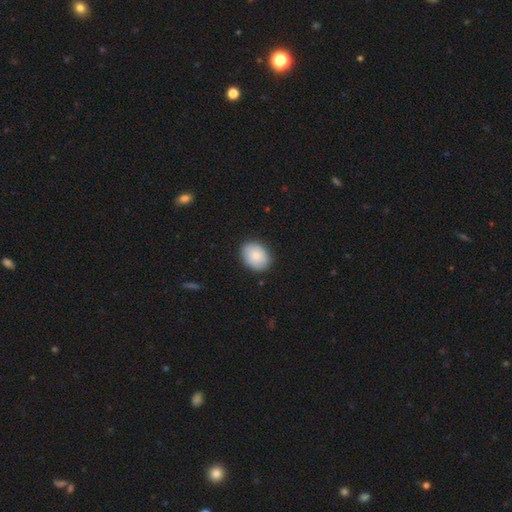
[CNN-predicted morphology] A smooth galaxy with no disk features (83%) that is in between round and cigar-shaped (64%).

Vote fractions:
- Smooth or featured? smooth: 83% / featured or disk: 11% / star or artifact: 6%
- How rounded? in between: 64% / round: 35% / cigar-shaped: 1%
- Merging? none: 86% / minor disturbance: 10% / major disturbance: 2% / merger: 1%